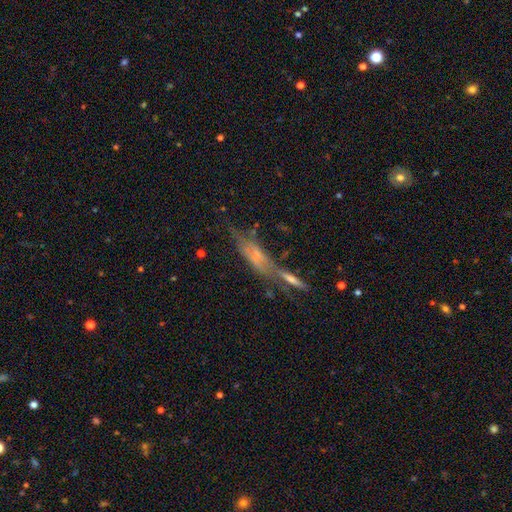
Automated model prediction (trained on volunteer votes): This appears to be a featured or disk galaxy (53%) viewed edge-on (63%). Merging: none (38%).